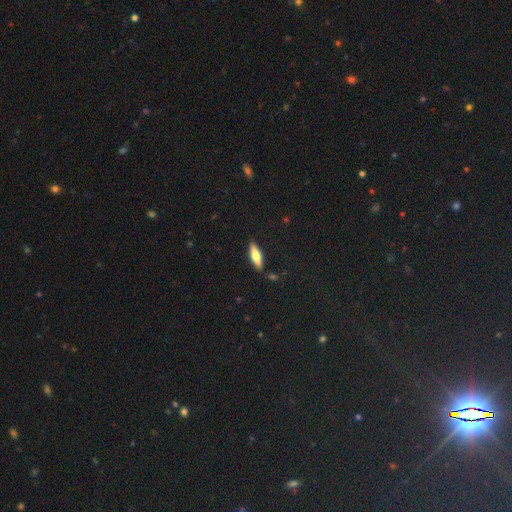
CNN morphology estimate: smooth_or_featured: smooth (p=0.57) [alt: featured or disk p=0.36]
how_rounded: cigar-shaped (p=0.55) [alt: in between p=0.43]
merging: none (p=0.87) [alt: minor disturbance p=0.09]